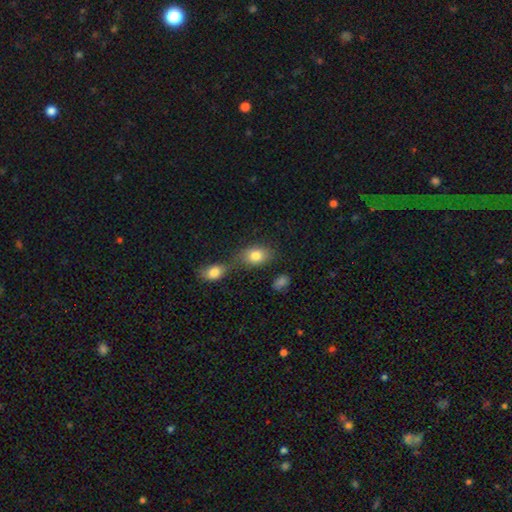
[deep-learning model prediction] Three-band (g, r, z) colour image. It shows a smooth galaxy with no disk features (81%) that is in between round and cigar-shaped (79%). Merging: none (50%).